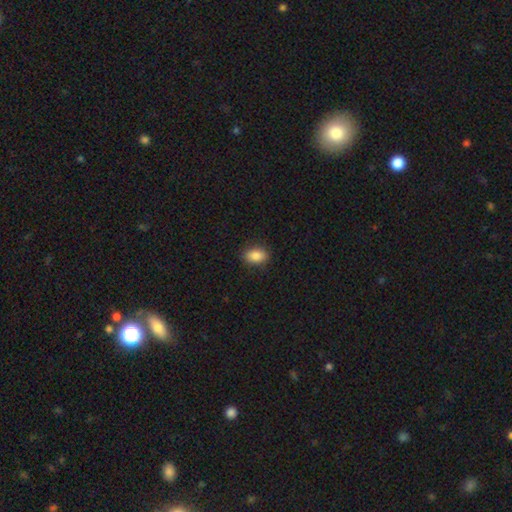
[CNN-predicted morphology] type=smooth (87%); roundness=in between (82%); merging=none (88%).